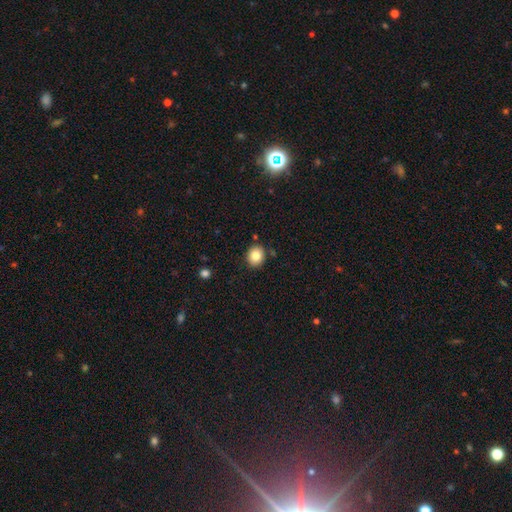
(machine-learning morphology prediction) Smooth or featured? smooth (83%)
How rounded? round (67%)
Merging? none (87%)